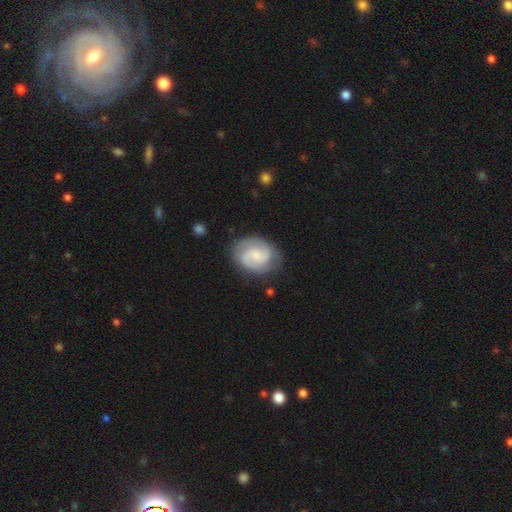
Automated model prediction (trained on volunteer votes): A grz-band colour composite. It shows a featured or disk galaxy (75%) with no bar (48%), 2 (83%) medium (49%) spiral arms (95%) and a small central bulge (58%). Merging: none (78%).